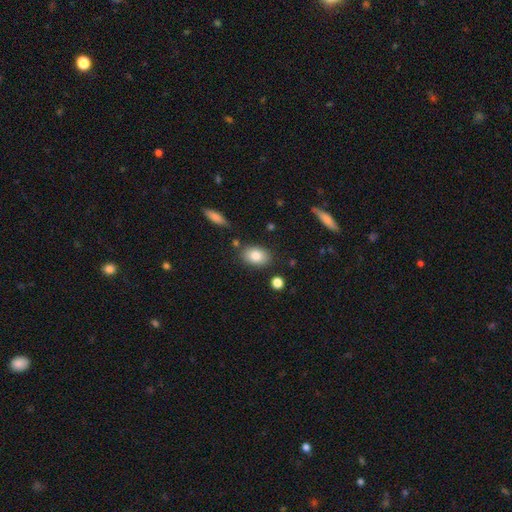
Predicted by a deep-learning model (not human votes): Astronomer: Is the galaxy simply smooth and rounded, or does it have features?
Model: smooth — 83%.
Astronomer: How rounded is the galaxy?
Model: in between — 84%.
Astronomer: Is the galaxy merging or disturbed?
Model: none — 81%.